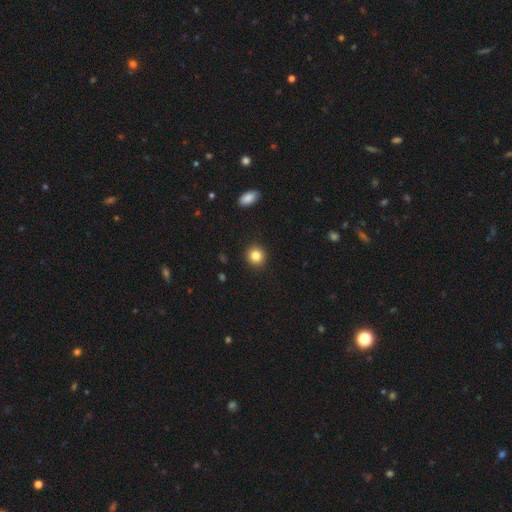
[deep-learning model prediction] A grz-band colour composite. It shows a smooth galaxy with no disk features (84%) that is round (89%). Merging: none (92%).